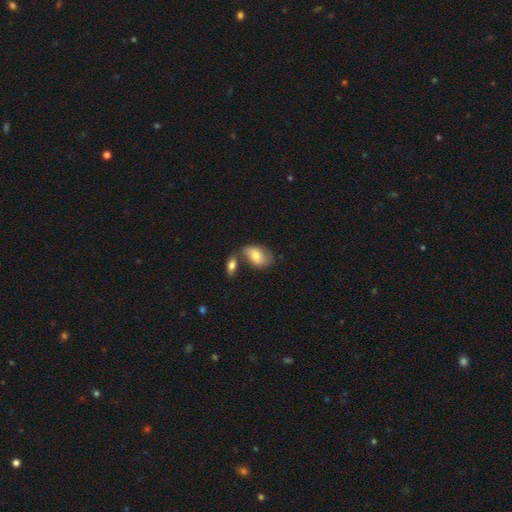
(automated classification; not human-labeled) The model was most divided on "merging": none: 40%, merger: 35%, minor disturbance: 18%, major disturbance: 7%. More confident: how rounded — in between (89%); smooth or featured — smooth (68%).